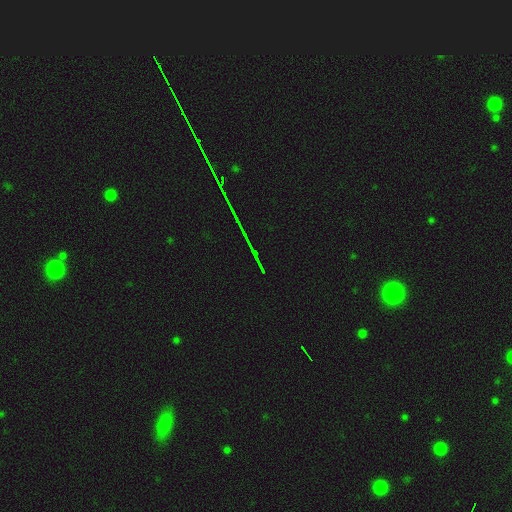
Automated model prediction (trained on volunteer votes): This appears to be a star or artifact, not a galaxy (79%).